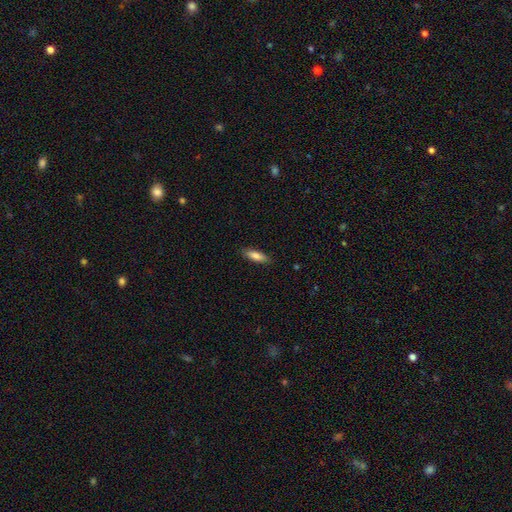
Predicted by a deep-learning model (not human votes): A smooth galaxy with no disk features (82%) that is in between round and cigar-shaped (50%). Merging: none (87%).